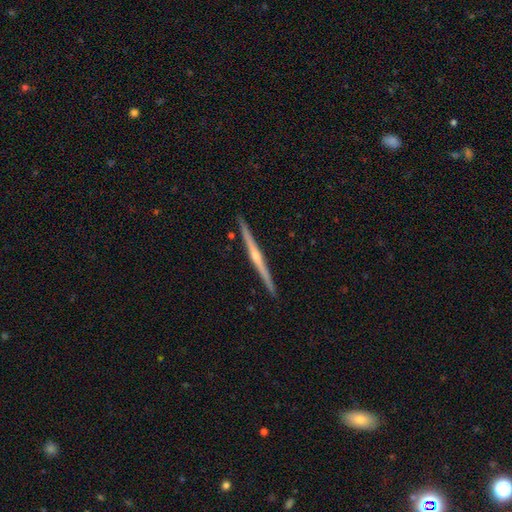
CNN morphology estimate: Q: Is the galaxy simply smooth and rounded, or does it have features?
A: featured or disk — 79%.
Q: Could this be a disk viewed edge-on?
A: yes — 98%.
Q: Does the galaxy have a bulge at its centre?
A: rounded — 72%.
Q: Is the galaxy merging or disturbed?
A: none — 91%.